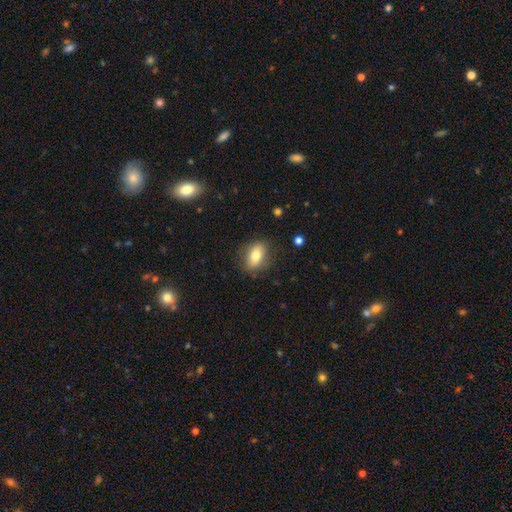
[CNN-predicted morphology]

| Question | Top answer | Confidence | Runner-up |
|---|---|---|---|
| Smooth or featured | smooth | 73% | featured or disk (19%) |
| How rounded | in between | 78% | round (18%) |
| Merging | none | 81% | minor disturbance (14%) |